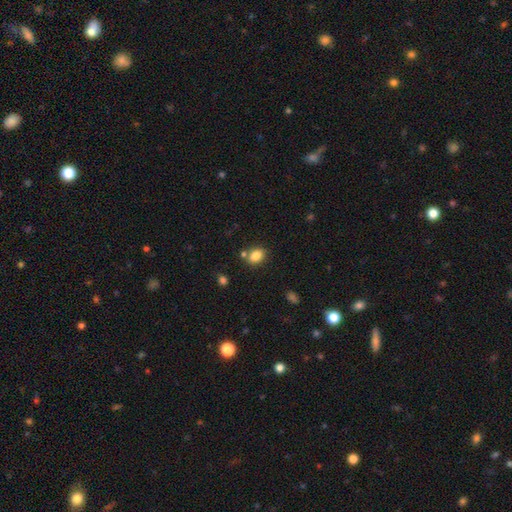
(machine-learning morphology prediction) Smooth or featured?
  - smooth: 85% *
  - star or artifact: 10%
  - featured or disk: 6%
How rounded?
  - in between: 74% *
  - round: 25%
  - cigar-shaped: 1%
Merging?
  - none: 70% *
  - merger: 14%
  - minor disturbance: 13%
  - major disturbance: 4%